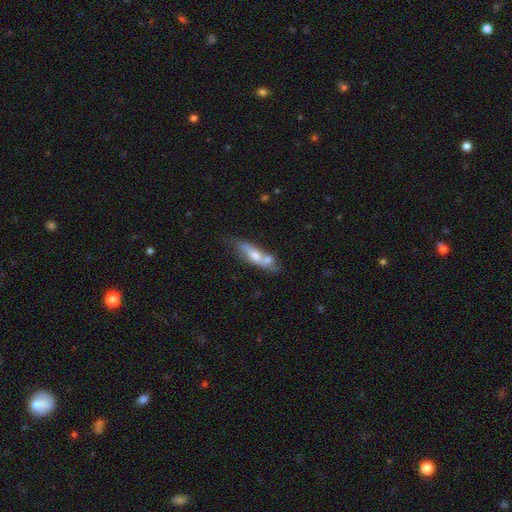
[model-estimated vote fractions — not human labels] Smooth or featured: smooth — 52% (featured or disk — 40%)
How rounded: cigar-shaped — 53% (in between — 42%)
Merging: merger — 41% (none — 34%)